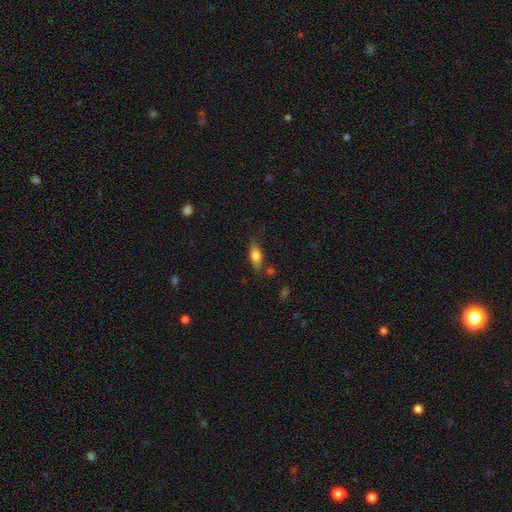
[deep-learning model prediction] Morphology: type=smooth (70%); roundness=in between (74%); merging=none (70%).